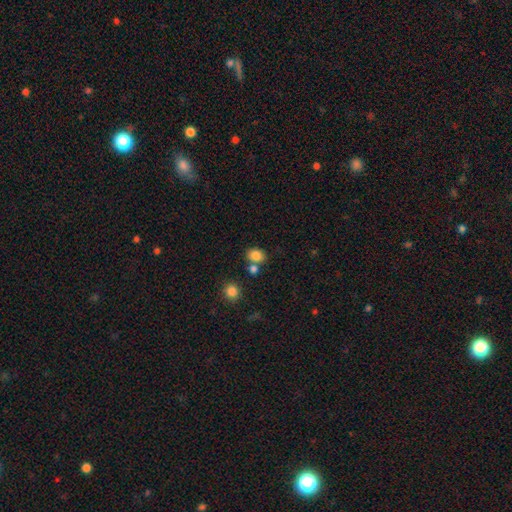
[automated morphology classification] smooth_or_featured: smooth (p=0.83) [alt: star or artifact p=0.11]
how_rounded: in between (p=0.52) [alt: round p=0.47]
merging: none (p=0.65) [alt: merger p=0.20]